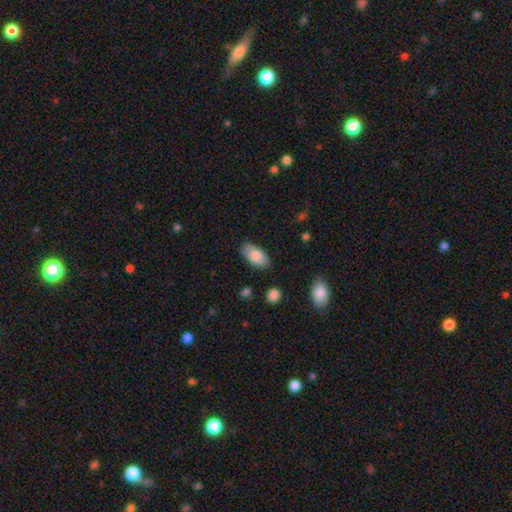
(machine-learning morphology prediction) Q: Smooth or featured?
A: smooth (85%); runner-up: featured or disk (8%)
Q: How rounded?
A: in between (93%); runner-up: cigar-shaped (4%)
Q: Merging?
A: none (82%); runner-up: minor disturbance (13%)